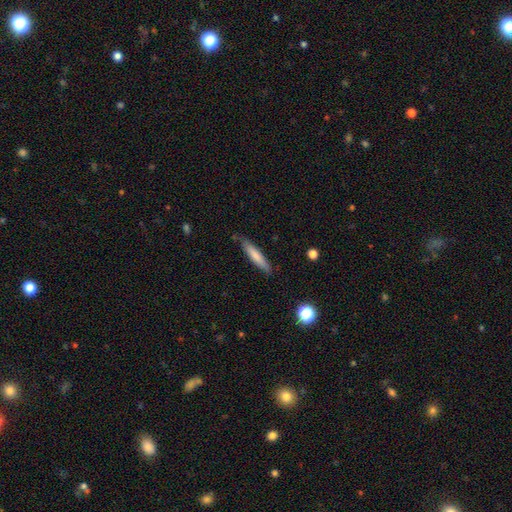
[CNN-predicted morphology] This is likely a smooth galaxy (74%). How rounded: clearly cigar-shaped (89%). Merging: clearly none (81%).